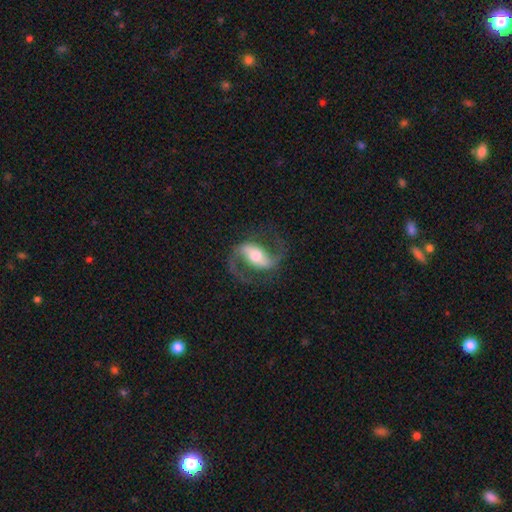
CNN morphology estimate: Q: Smooth or featured?
A: featured or disk (87%); runner-up: smooth (8%)
Q: Edge-on disk?
A: no (96%); runner-up: yes (4%)
Q: Bar?
A: strong (54%); runner-up: weak (30%)
Q: Spiral arms?
A: yes (95%); runner-up: no (5%)
Q: Spiral winding?
A: medium (49%); runner-up: loose (41%)
Q: Spiral arm count?
A: 2 (92%); runner-up: 1 (3%)
Q: Bulge size?
A: moderate (62%); runner-up: small (21%)
Q: Merging?
A: none (75%); runner-up: minor disturbance (12%)